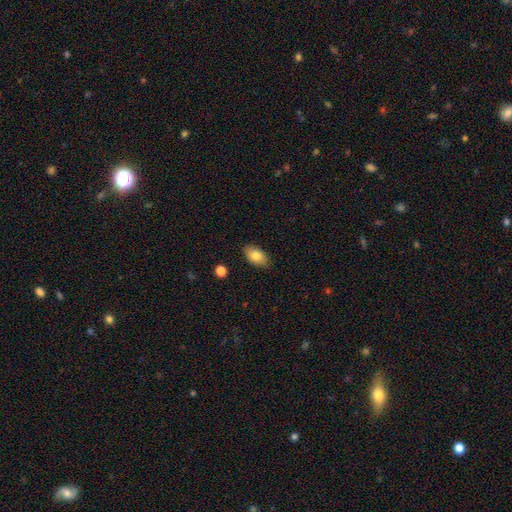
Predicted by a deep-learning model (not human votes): smooth-or-featured: smooth: 81% | featured or disk: 12% | star or artifact: 7%
  how-rounded: in between: 91% | round: 7% | cigar-shaped: 2%
  merging: none: 84% | minor disturbance: 13% | major disturbance: 2% | merger: 1%